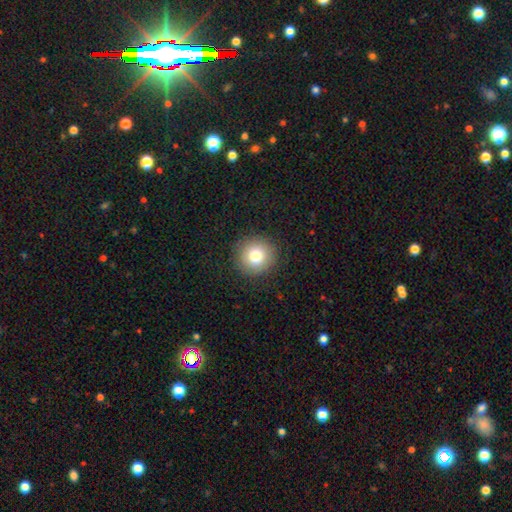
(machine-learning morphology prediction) A smooth galaxy with no disk features (80%) that is round (94%).

Vote fractions:
- Smooth or featured? smooth: 80% / star or artifact: 10% / featured or disk: 10%
- How rounded? round: 94% / in between: 5% / cigar-shaped: 1%
- Merging? none: 90% / minor disturbance: 7% / major disturbance: 2% / merger: 1%